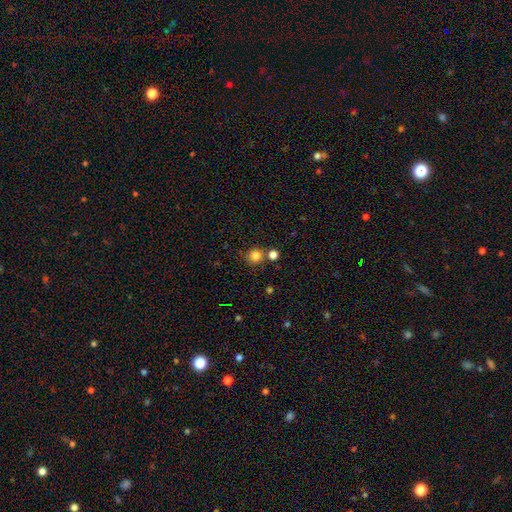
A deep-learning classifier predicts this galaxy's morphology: smooth_or_featured: smooth (p=0.82) [alt: star or artifact p=0.13]
how_rounded: round (p=0.91) [alt: in between p=0.08]
merging: none (p=0.73) [alt: merger p=0.16]